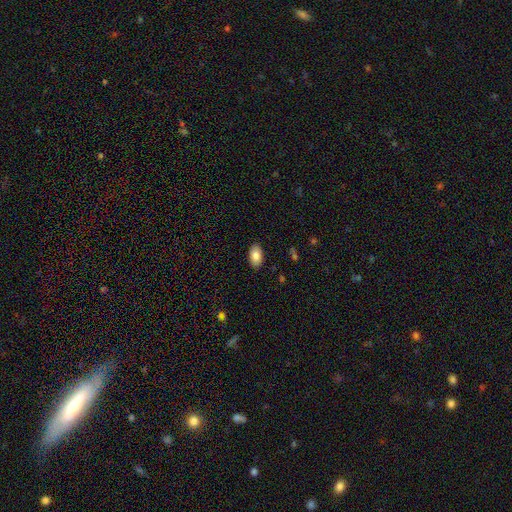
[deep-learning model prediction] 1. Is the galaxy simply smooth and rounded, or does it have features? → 84% smooth, 9% featured or disk, 7% star or artifact.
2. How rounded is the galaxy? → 94% in between, 5% round, 2% cigar-shaped.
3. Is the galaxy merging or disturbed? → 88% none, 9% minor disturbance, 2% major disturbance, 1% merger.